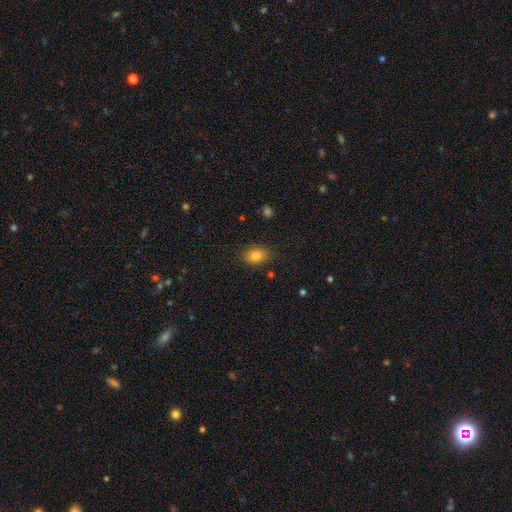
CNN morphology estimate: This is clearly a smooth galaxy (83%). How rounded: likely in between (77%). Merging: clearly none (83%).